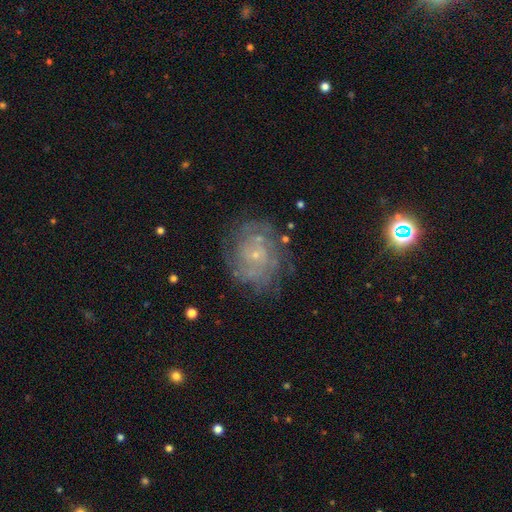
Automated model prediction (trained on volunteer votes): Smooth or featured?
  - featured or disk: 74% *
  - smooth: 15%
  - star or artifact: 11%
Edge-on disk?
  - no: 97% *
  - yes: 3%
Bar?
  - no: 78% *
  - weak: 18%
  - strong: 3%
Spiral arms?
  - yes: 85% *
  - no: 15%
Spiral winding?
  - tight: 67% *
  - medium: 25%
  - loose: 8%
Spiral arm count?
  - can't tell: 48% *
  - 2: 15%
  - 3: 12%
  - 4: 12%
  - more than 4: 8%
  - 1: 6%
Bulge size?
  - small: 83% *
  - moderate: 11%
  - none: 4%
  - large: 1%
  - dominant: 1%
Merging?
  - none: 73% *
  - minor disturbance: 16%
  - major disturbance: 8%
  - merger: 2%